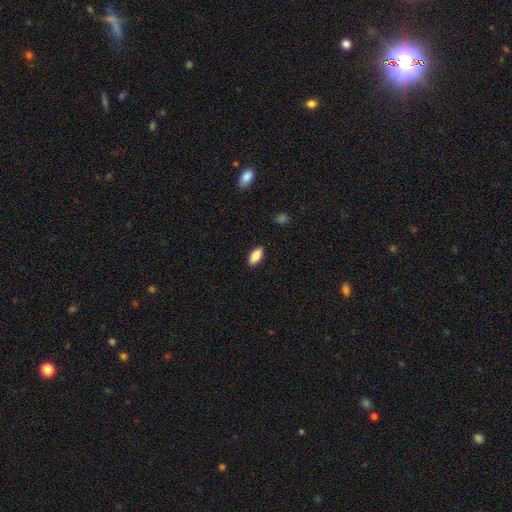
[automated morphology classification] Smooth or featured? Predicted: smooth (p=0.86). How rounded? Predicted: in between (p=0.88). Merging? Predicted: none (p=0.88).